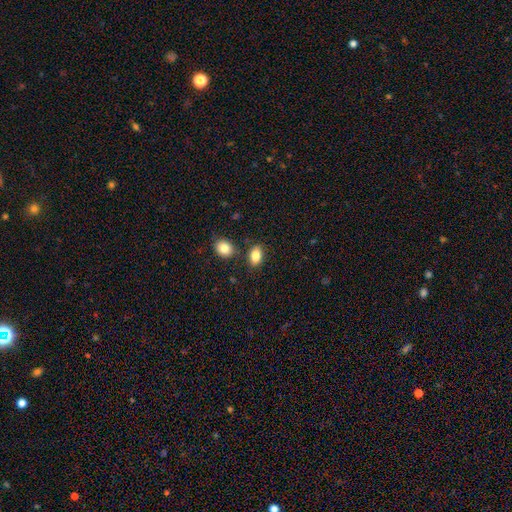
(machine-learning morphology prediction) A smooth galaxy with no disk features (85%) that is in between round and cigar-shaped (85%). Merging: none (79%).